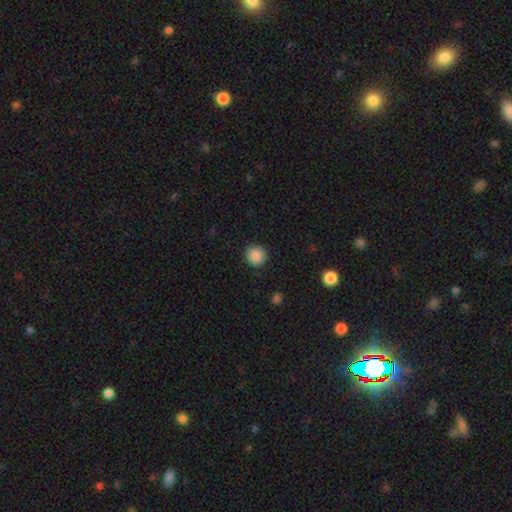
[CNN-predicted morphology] A smooth galaxy with no disk features (88%) that is round (91%). Merging: none (90%).